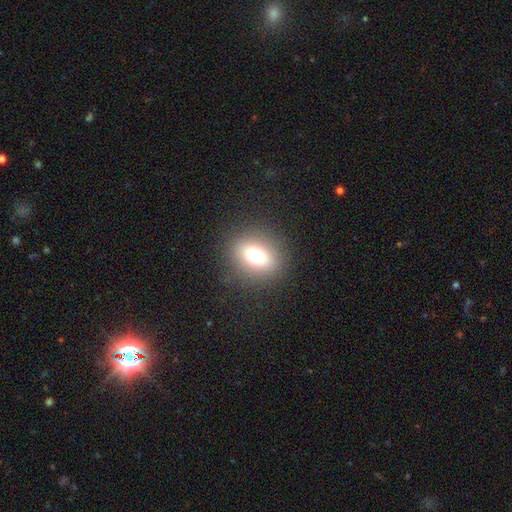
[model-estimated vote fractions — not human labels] smooth 69%, star or artifact 16%, featured or disk 15%. Down the decision tree: how rounded — round (51%); merging — none (86%).